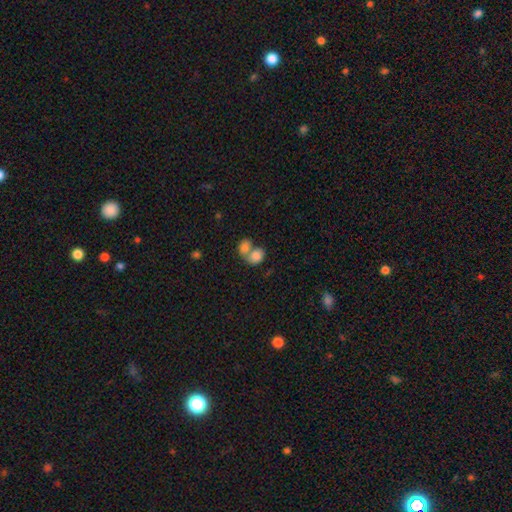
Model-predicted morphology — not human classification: Overall: smooth (80%). How rounded: round (51%; in between 48%). Merging: merger (70%).